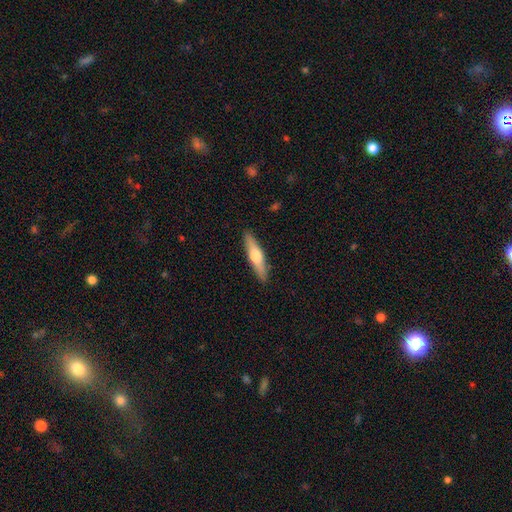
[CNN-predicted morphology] type=smooth (49%); merging=none (90%).